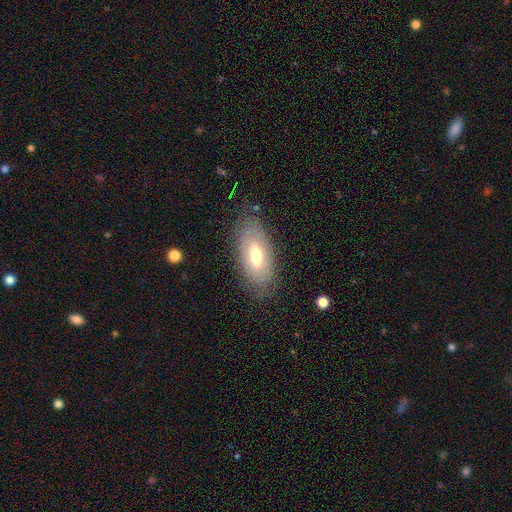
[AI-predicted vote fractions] Smooth or featured? smooth (54%)
How rounded? in between (90%)
Merging? none (79%)